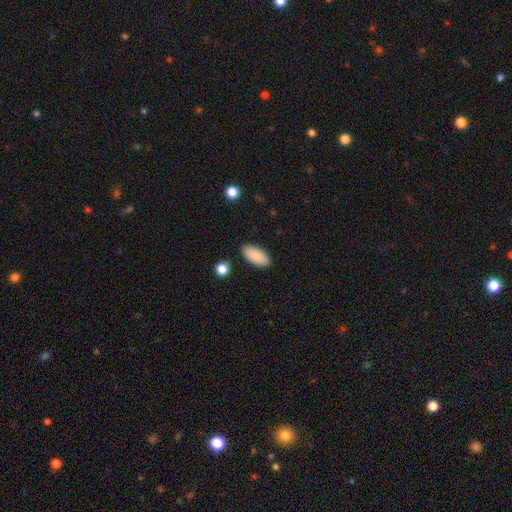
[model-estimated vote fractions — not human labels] Morphology: type=smooth (86%); roundness=in between (92%); merging=none (87%).